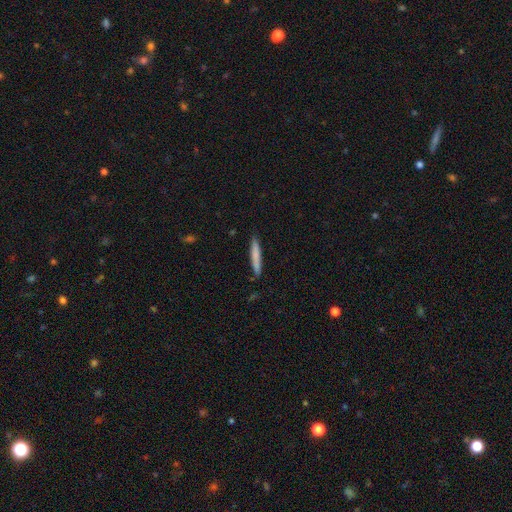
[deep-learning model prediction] smooth 77%, featured or disk 18%, star or artifact 5%. Down the decision tree: how rounded — cigar-shaped (95%); merging — none (88%).